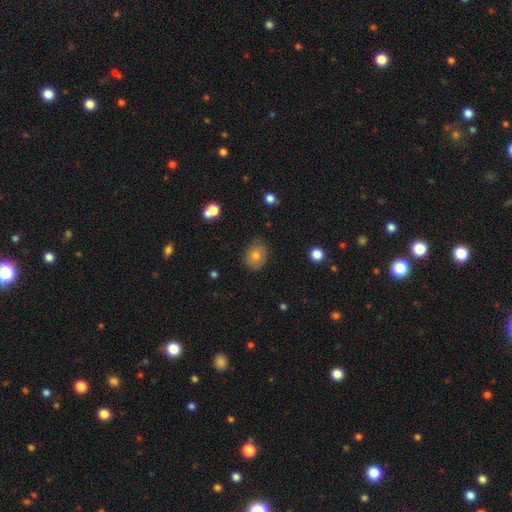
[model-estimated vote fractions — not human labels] This is likely a smooth galaxy (73%). How rounded: possibly in between (56%). Merging: likely none (75%).